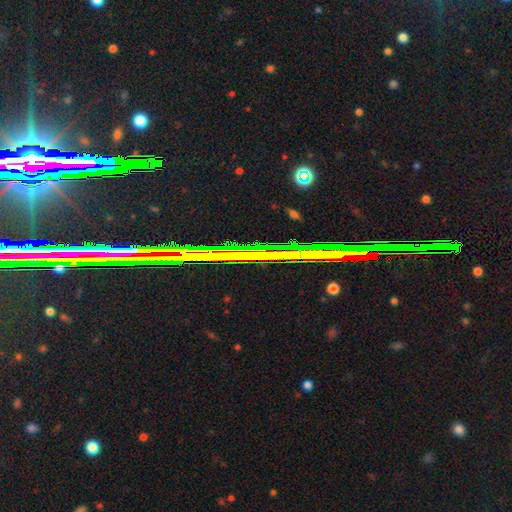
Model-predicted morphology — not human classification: star or artifact 78%, featured or disk 15%, smooth 8%.